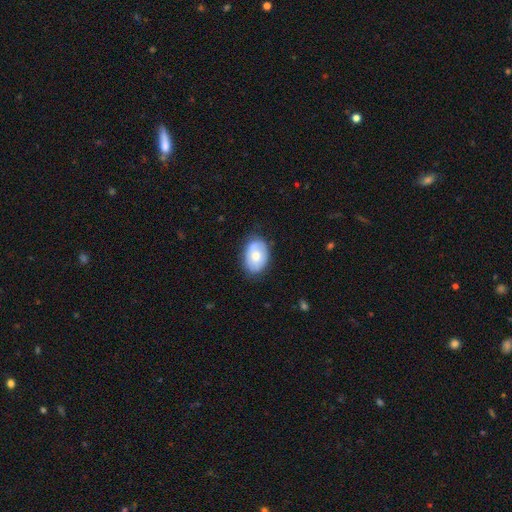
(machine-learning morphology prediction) smooth-or-featured: smooth: 62% | featured or disk: 32% | star or artifact: 7%
  how-rounded: in between: 82% | round: 17% | cigar-shaped: 1%
  merging: none: 73% | minor disturbance: 21% | major disturbance: 5% | merger: 2%